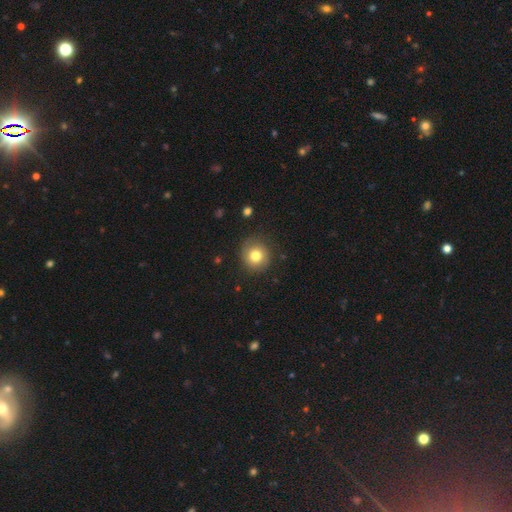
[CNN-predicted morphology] smooth_or_featured: smooth (p=0.78) [alt: featured or disk p=0.12]
how_rounded: round (p=0.91) [alt: in between p=0.08]
merging: none (p=0.85) [alt: minor disturbance p=0.10]